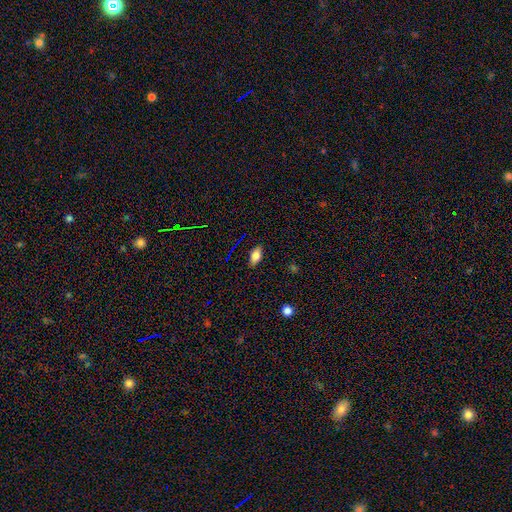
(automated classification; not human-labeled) Morphology: type=smooth (78%); roundness=in between (87%); merging=none (86%).